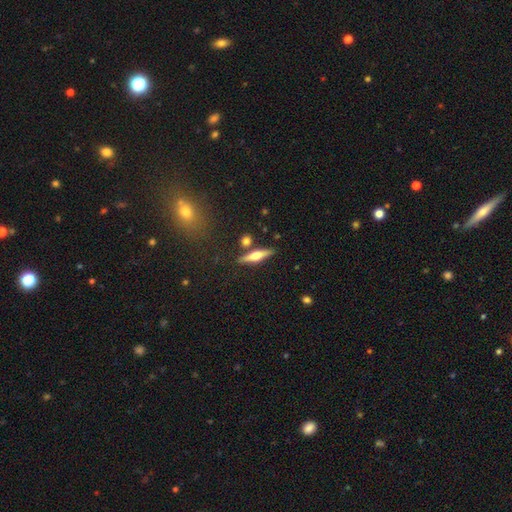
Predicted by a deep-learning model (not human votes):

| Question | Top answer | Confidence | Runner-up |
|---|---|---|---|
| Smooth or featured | featured or disk | 57% | smooth (35%) |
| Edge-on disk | yes | 96% | no (4%) |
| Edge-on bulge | rounded | 90% | boxy (6%) |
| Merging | none | 82% | minor disturbance (9%) |